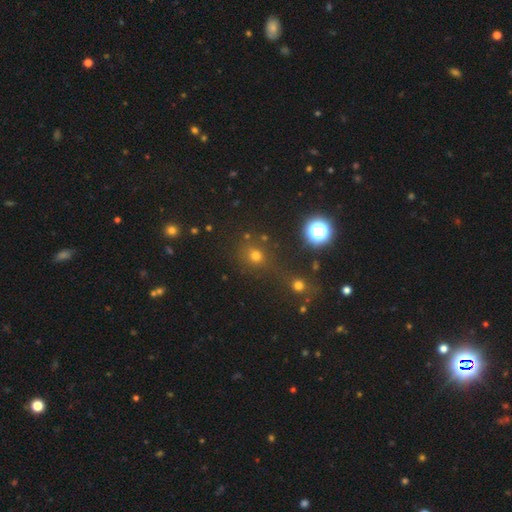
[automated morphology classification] A smooth galaxy with no disk features (59%) that is round (86%).

Vote fractions:
- Smooth or featured? smooth: 59% / star or artifact: 33% / featured or disk: 8%
- How rounded? round: 86% / in between: 12% / cigar-shaped: 1%
- Merging? none: 72% / merger: 12% / minor disturbance: 10% / major disturbance: 6%